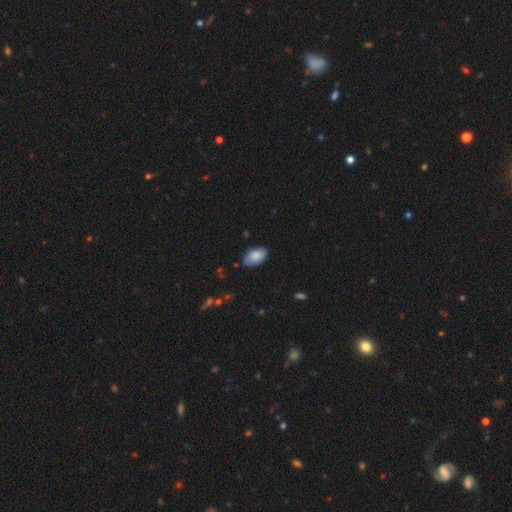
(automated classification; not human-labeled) This appears to be a smooth galaxy with no disk features (85%) that is in between round and cigar-shaped (94%). Merging: none (78%).